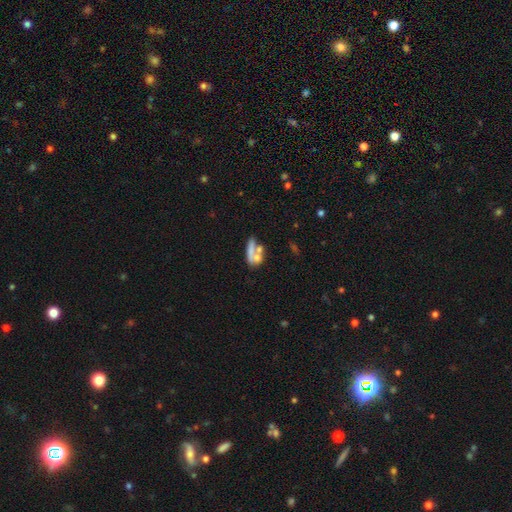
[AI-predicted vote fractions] A smooth galaxy with no disk features (55%) that is in between round and cigar-shaped (66%). Merging: merger (49%).